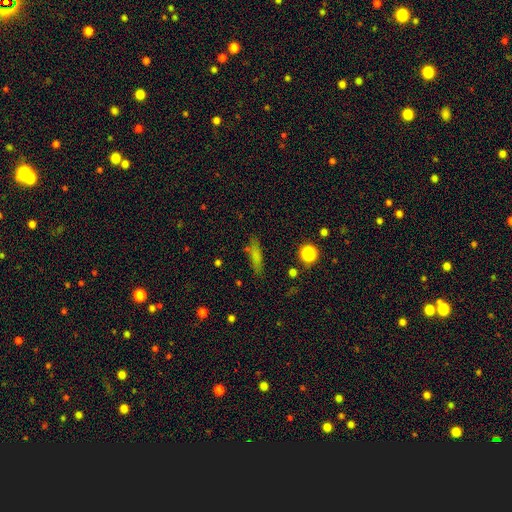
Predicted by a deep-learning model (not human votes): A smooth galaxy with no disk features (72%) that is cigar-shaped (62%). Merging: none (75%).